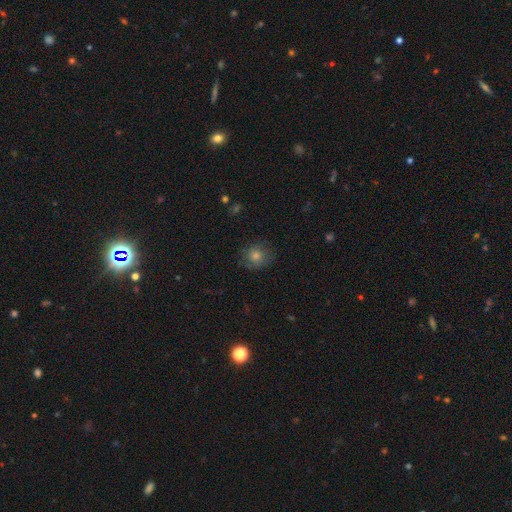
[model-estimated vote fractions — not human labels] Q: Smooth or featured?
A: smooth (63%); runner-up: star or artifact (19%)
Q: How rounded?
A: round (86%); runner-up: in between (13%)
Q: Merging?
A: none (80%); runner-up: minor disturbance (14%)